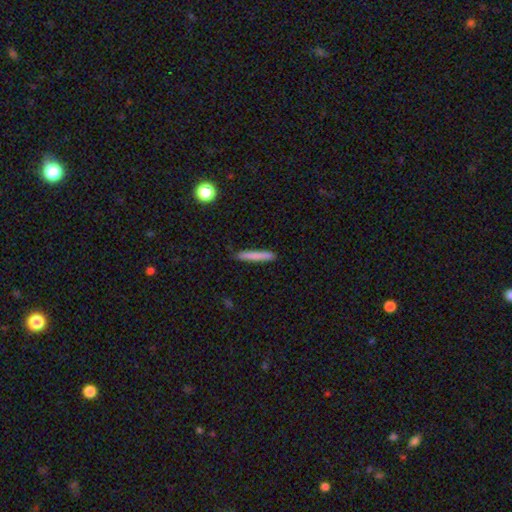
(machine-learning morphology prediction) Smooth or featured: smooth — 79% (featured or disk — 14%)
How rounded: cigar-shaped — 95% (in between — 4%)
Merging: none — 87% (minor disturbance — 10%)